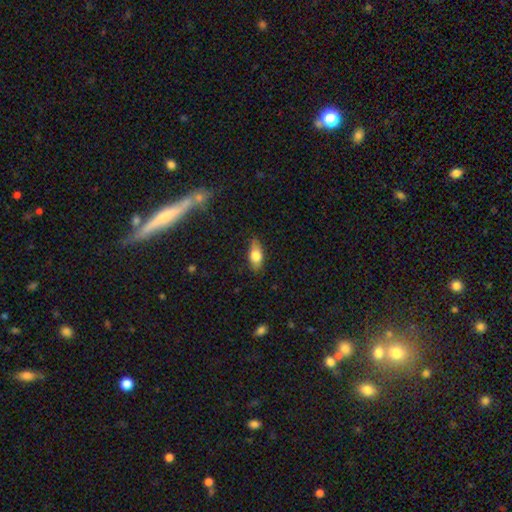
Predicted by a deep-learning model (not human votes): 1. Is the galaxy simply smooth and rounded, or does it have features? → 73% smooth, 20% featured or disk, 8% star or artifact.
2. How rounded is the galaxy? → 80% in between, 14% cigar-shaped, 5% round.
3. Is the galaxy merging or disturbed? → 79% none, 16% minor disturbance, 3% major disturbance, 1% merger.